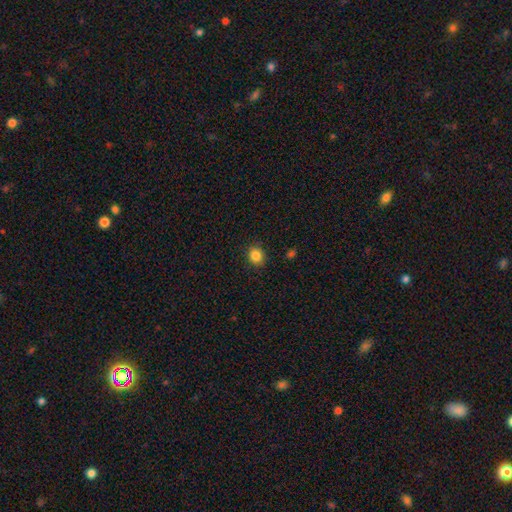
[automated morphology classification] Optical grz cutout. It shows a smooth galaxy with no disk features (85%) that is round (76%). Merging: none (88%).